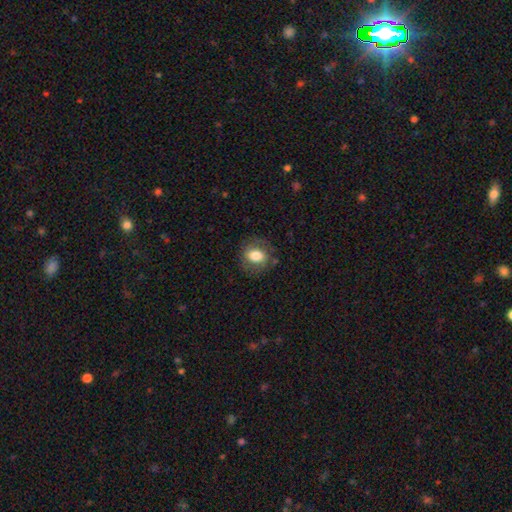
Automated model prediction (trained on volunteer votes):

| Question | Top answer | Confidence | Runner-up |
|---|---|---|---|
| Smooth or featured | smooth | 72% | featured or disk (20%) |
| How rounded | in between | 50% | round (49%) |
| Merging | none | 77% | minor disturbance (15%) |